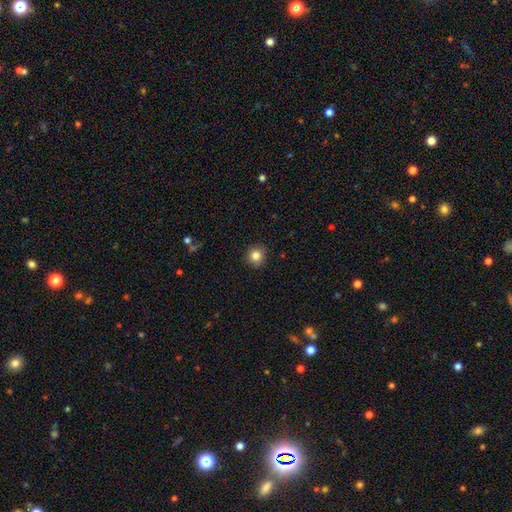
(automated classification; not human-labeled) A smooth galaxy with no disk features (84%) that is round (91%).

Vote fractions:
- Smooth or featured? smooth: 84% / star or artifact: 11% / featured or disk: 6%
- How rounded? round: 91% / in between: 8% / cigar-shaped: 1%
- Merging? none: 90% / minor disturbance: 7% / major disturbance: 2% / merger: 1%